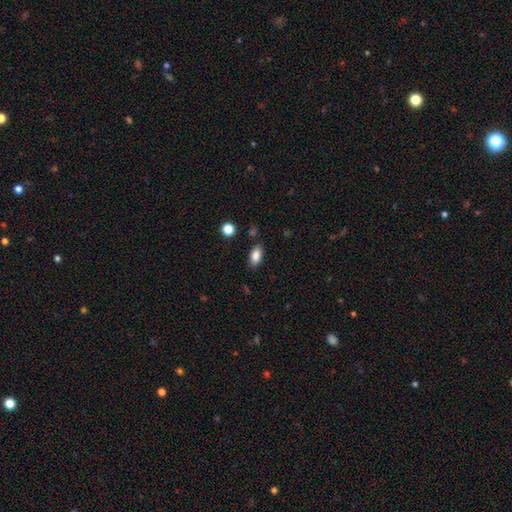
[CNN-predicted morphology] Overall: smooth (86%). How rounded: in between (90%). Merging: none (83%).